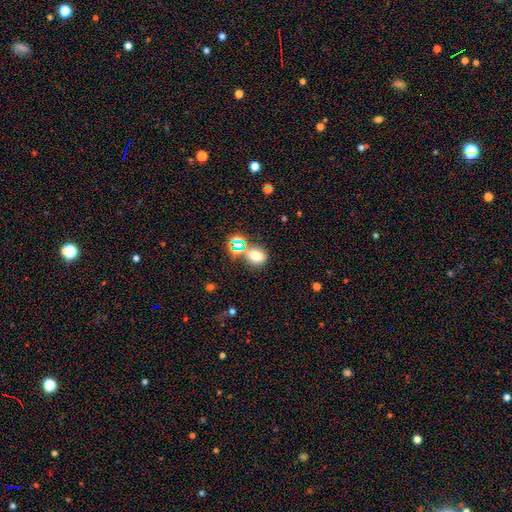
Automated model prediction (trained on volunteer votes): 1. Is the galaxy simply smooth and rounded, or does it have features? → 66% smooth, 26% star or artifact, 8% featured or disk.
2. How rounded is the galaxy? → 51% in between, 48% round, 2% cigar-shaped.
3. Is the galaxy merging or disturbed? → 61% none, 20% merger, 13% minor disturbance, 6% major disturbance.